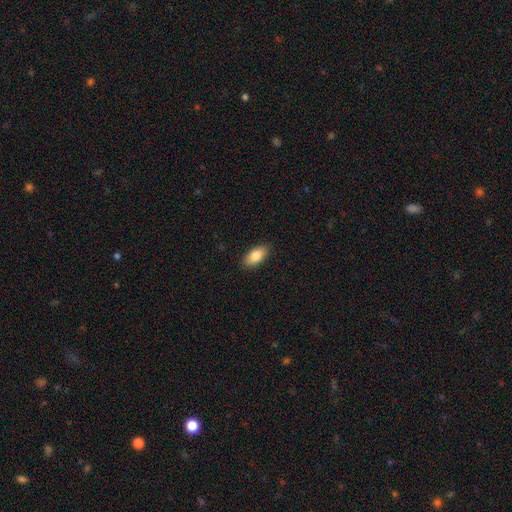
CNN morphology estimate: smooth_or_featured: smooth (p=0.83) [alt: featured or disk p=0.11]
how_rounded: in between (p=0.91) [alt: cigar-shaped p=0.06]
merging: none (p=0.88) [alt: minor disturbance p=0.09]